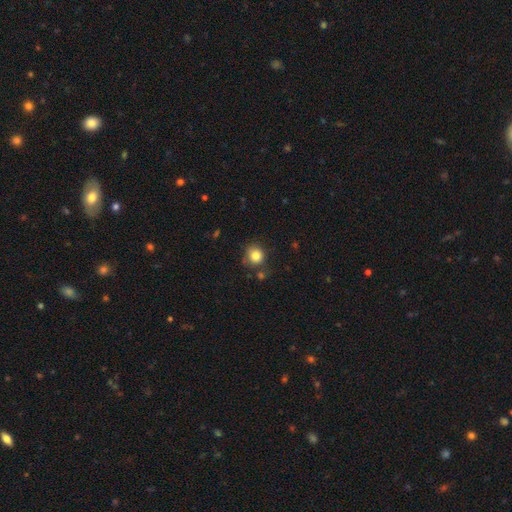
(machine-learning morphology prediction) Smooth or featured: smooth — 83% (star or artifact — 11%)
How rounded: round — 89% (in between — 10%)
Merging: none — 75% (minor disturbance — 15%)